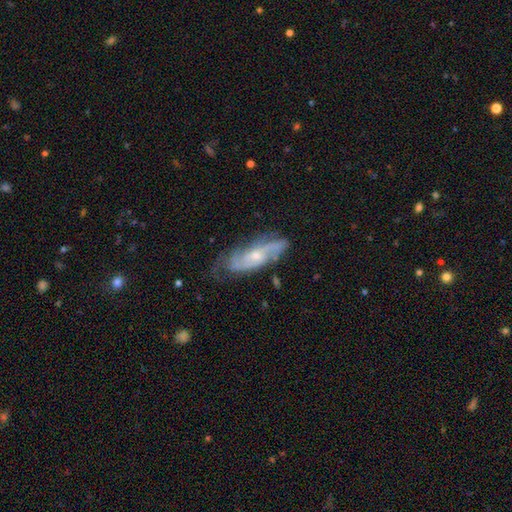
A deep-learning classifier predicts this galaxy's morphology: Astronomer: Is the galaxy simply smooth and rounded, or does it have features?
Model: featured or disk — 80%.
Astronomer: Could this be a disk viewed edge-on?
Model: no — 87%.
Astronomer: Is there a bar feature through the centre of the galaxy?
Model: no — 62%.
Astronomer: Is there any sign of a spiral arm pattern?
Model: yes — 93%.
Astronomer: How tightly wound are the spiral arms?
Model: medium — 44% (runner-up: tight, 38%).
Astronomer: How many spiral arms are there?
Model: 2 — 53%.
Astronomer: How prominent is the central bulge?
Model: small — 59% (runner-up: moderate, 36%).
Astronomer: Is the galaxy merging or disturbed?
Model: none — 65%.